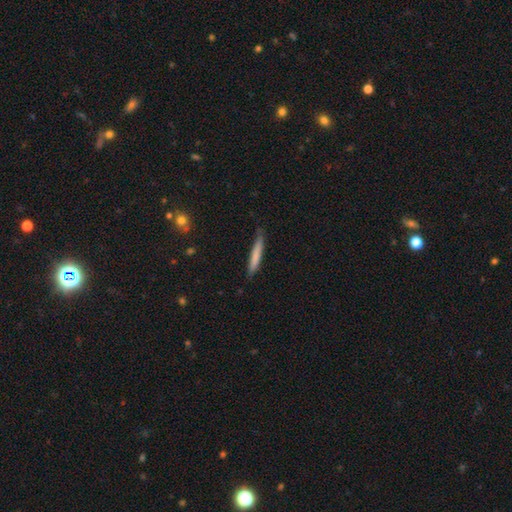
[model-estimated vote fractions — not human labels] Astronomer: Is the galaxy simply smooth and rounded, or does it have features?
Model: smooth — 75%.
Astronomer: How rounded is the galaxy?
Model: cigar-shaped — 95%.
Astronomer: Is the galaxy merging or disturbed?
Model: none — 79%.